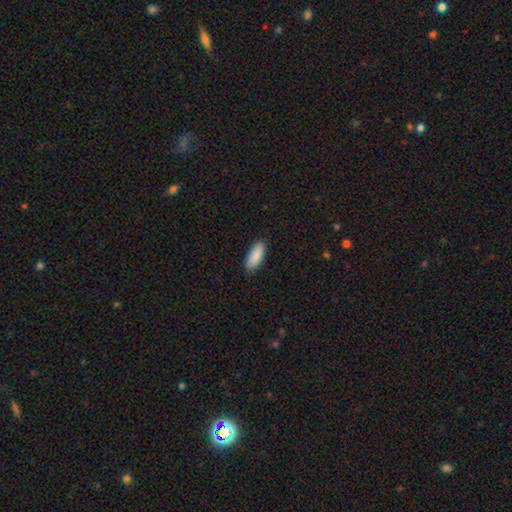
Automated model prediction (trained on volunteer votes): smooth-or-featured: smooth: 90% | star or artifact: 6% | featured or disk: 4%
  how-rounded: in between: 78% | cigar-shaped: 20% | round: 2%
  merging: none: 88% | minor disturbance: 9% | major disturbance: 2% | merger: 1%